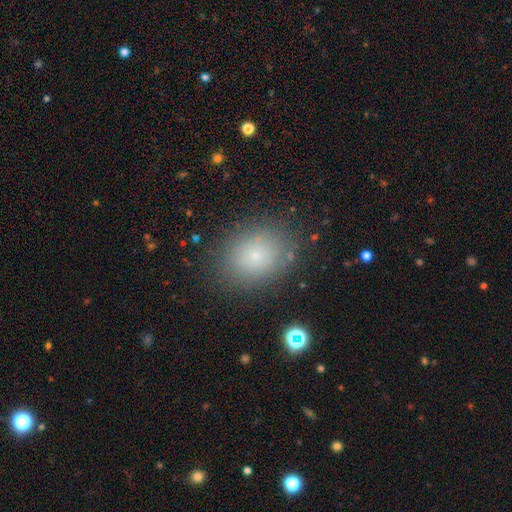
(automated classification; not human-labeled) Smooth or featured?
  - smooth: 73% *
  - star or artifact: 15%
  - featured or disk: 12%
How rounded?
  - in between: 54% *
  - round: 45%
  - cigar-shaped: 1%
Merging?
  - none: 83% *
  - minor disturbance: 11%
  - major disturbance: 4%
  - merger: 2%